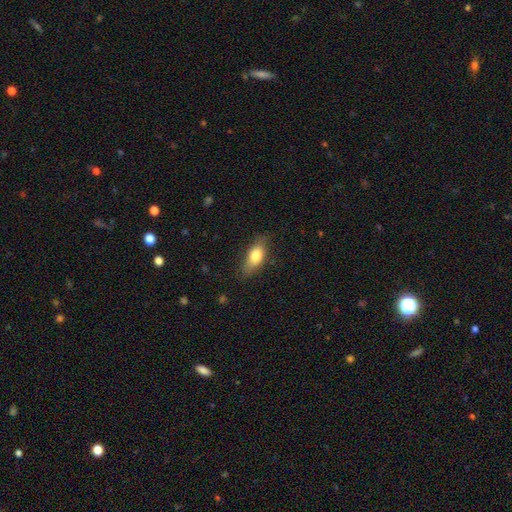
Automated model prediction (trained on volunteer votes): Overall: smooth (78%). How rounded: in between (81%). Merging: none (75%).